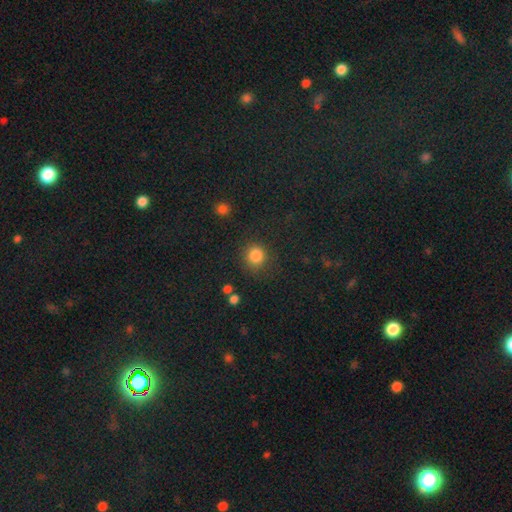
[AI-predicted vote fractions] Overall: smooth (84%). How rounded: round (89%). Merging: none (83%).